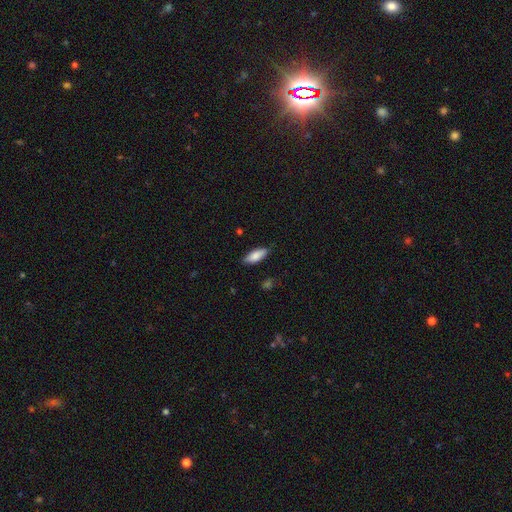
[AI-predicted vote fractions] Smooth or featured?
  - smooth: 83% *
  - featured or disk: 12%
  - star or artifact: 6%
How rounded?
  - in between: 72% *
  - cigar-shaped: 26%
  - round: 2%
Merging?
  - none: 82% *
  - minor disturbance: 14%
  - major disturbance: 2%
  - merger: 1%